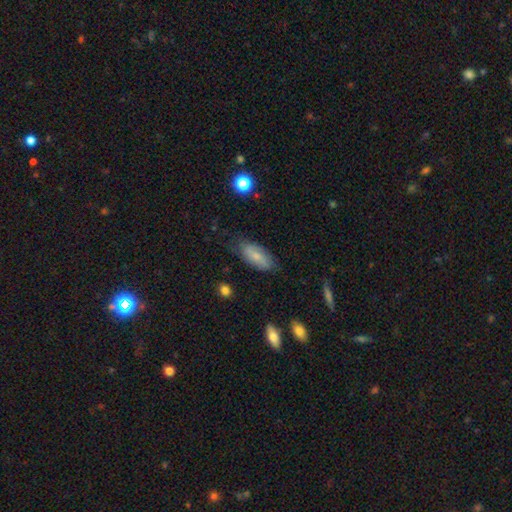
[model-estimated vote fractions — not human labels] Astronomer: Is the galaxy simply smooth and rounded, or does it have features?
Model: smooth — 69%.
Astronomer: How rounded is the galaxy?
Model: in between — 85%.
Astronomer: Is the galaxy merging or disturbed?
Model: none — 72%.